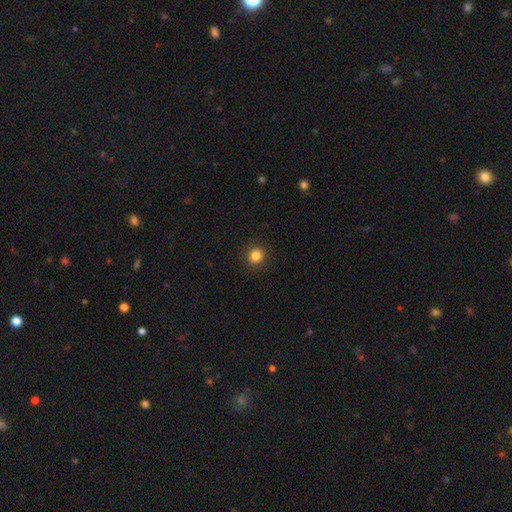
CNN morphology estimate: A smooth galaxy with no disk features (84%) that is round (90%).

Vote fractions:
- Smooth or featured? smooth: 84% / star or artifact: 12% / featured or disk: 4%
- How rounded? round: 90% / in between: 10% / cigar-shaped: 1%
- Merging? none: 92% / minor disturbance: 5% / major disturbance: 2% / merger: 1%